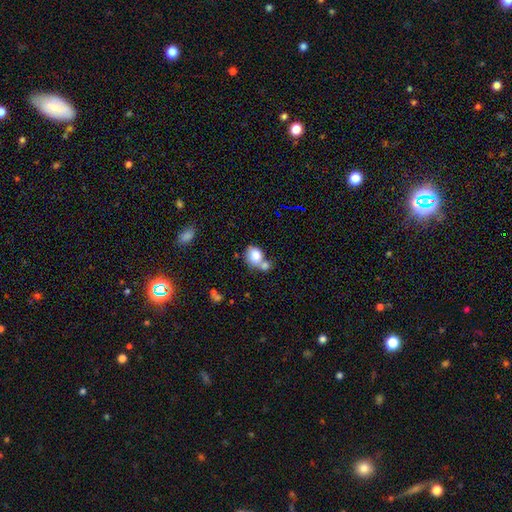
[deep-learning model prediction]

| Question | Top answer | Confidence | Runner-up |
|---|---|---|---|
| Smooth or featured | smooth | 80% | featured or disk (11%) |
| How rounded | round | 50% | in between (49%) |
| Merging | merger | 50% | none (34%) |